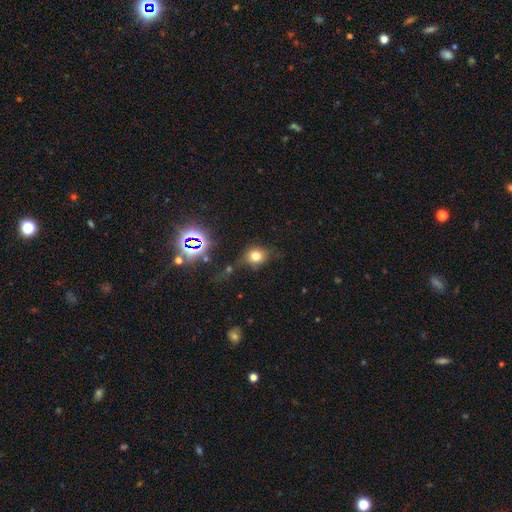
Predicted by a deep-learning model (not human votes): smooth_or_featured: smooth (p=0.71) [alt: star or artifact p=0.20]
how_rounded: round (p=0.72) [alt: in between p=0.27]
merging: none (p=0.67) [alt: minor disturbance p=0.19]